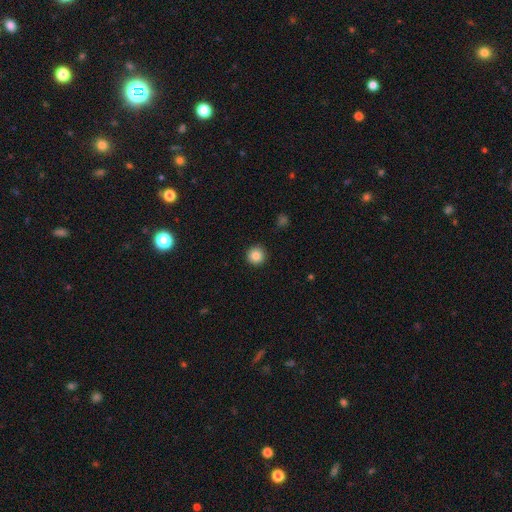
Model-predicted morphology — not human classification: Smooth or featured: smooth — 86% (star or artifact — 10%)
How rounded: round — 96% (in between — 3%)
Merging: none — 93% (minor disturbance — 5%)